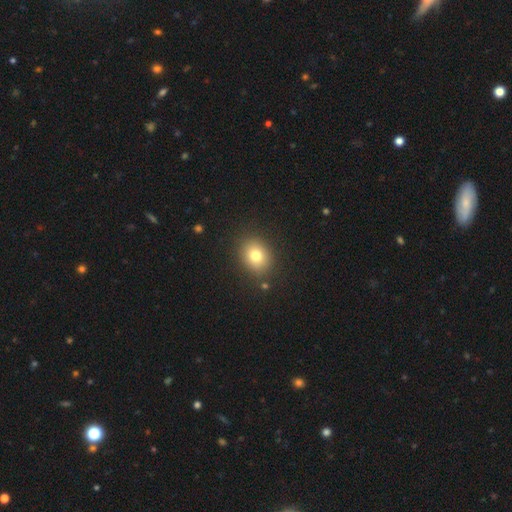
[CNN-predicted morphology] type=smooth (78%); roundness=round (56%); merging=none (87%).